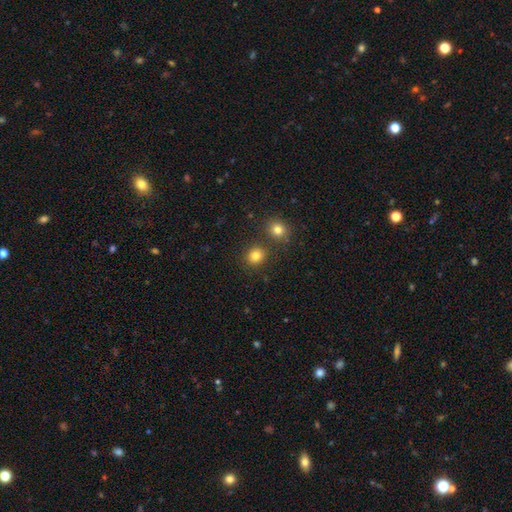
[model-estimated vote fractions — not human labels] Morphology: type=smooth (82%); roundness=round (80%); merging=none (82%).